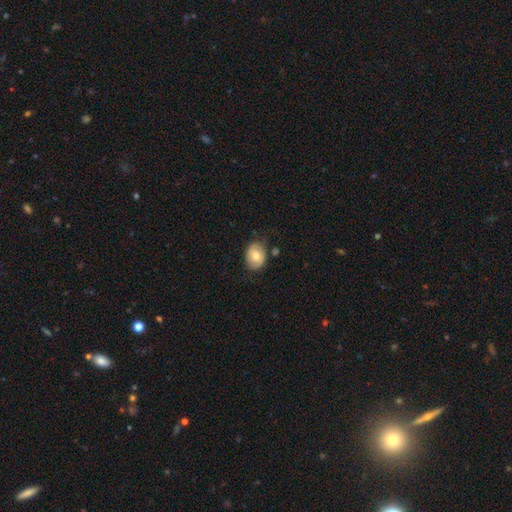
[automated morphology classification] Smooth or featured? Predicted: smooth (p=0.69). How rounded? Predicted: in between (p=0.63). Merging? Predicted: none (p=0.72).